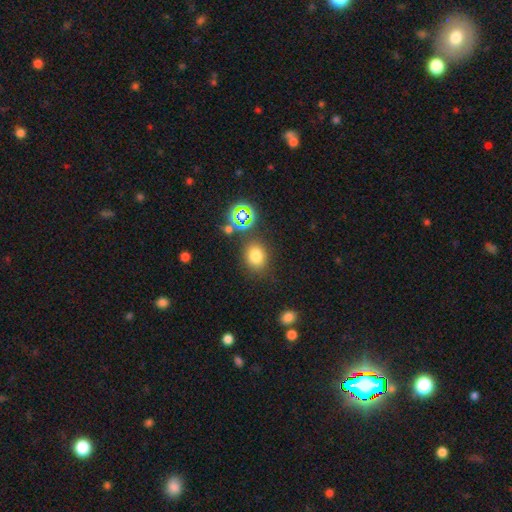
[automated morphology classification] smooth-or-featured: smooth: 72% | star or artifact: 20% | featured or disk: 8%
  how-rounded: round: 54% | in between: 45% | cigar-shaped: 1%
  merging: none: 79% | minor disturbance: 12% | merger: 6% | major disturbance: 4%